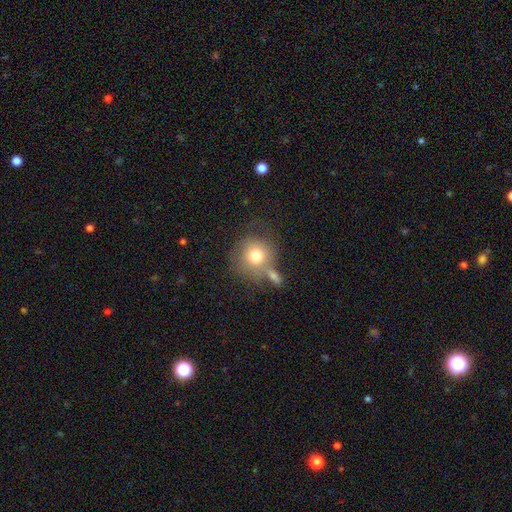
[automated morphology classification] This appears to be a smooth galaxy with no disk features (74%) that is round (91%). Merging: none (53%).